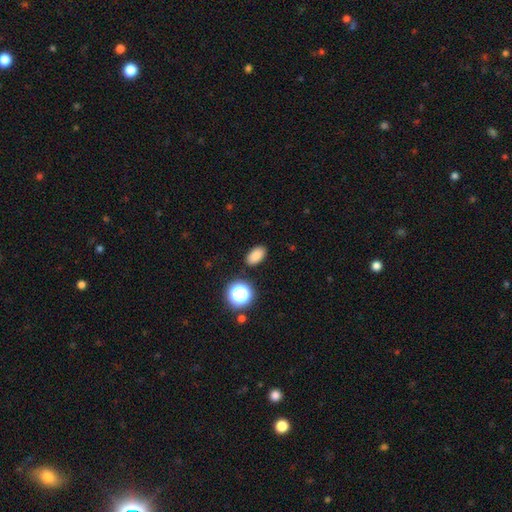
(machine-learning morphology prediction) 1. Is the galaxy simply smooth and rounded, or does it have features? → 84% smooth, 12% star or artifact, 5% featured or disk.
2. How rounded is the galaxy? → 88% in between, 10% round, 2% cigar-shaped.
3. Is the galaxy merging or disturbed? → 88% none, 8% minor disturbance, 2% major disturbance, 2% merger.